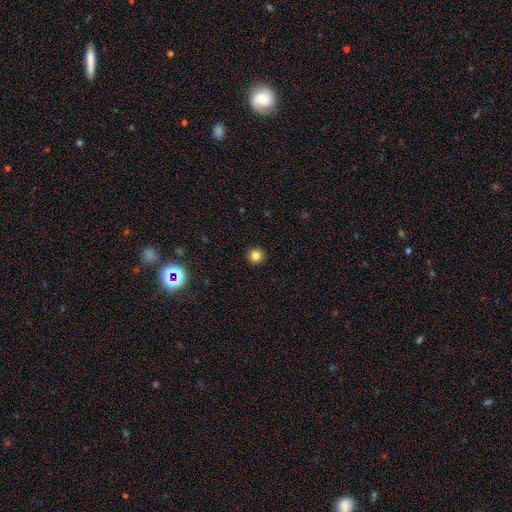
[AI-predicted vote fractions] Smooth or featured?
  - smooth: 83% *
  - star or artifact: 12%
  - featured or disk: 5%
How rounded?
  - round: 95% *
  - in between: 4%
  - cigar-shaped: 1%
Merging?
  - none: 93% *
  - minor disturbance: 4%
  - major disturbance: 2%
  - merger: 1%